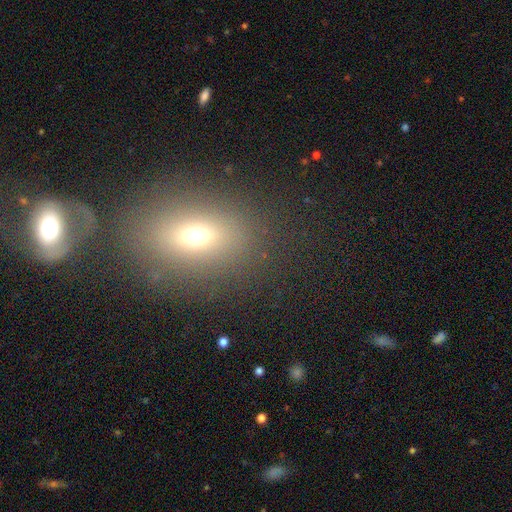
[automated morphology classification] smooth 59%, star or artifact 22%, featured or disk 20%. Down the decision tree: how rounded — in between (68%); merging — none (74%).